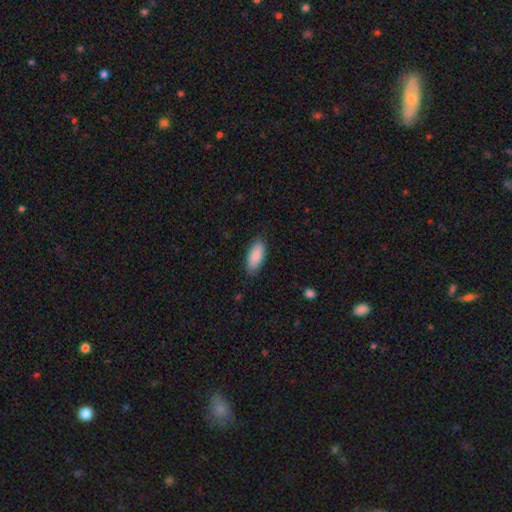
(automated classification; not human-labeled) A smooth galaxy with no disk features (87%) that is in between round and cigar-shaped (85%).

Vote fractions:
- Smooth or featured? smooth: 87% / featured or disk: 7% / star or artifact: 6%
- How rounded? in between: 85% / cigar-shaped: 13% / round: 2%
- Merging? none: 84% / minor disturbance: 12% / major disturbance: 3% / merger: 1%